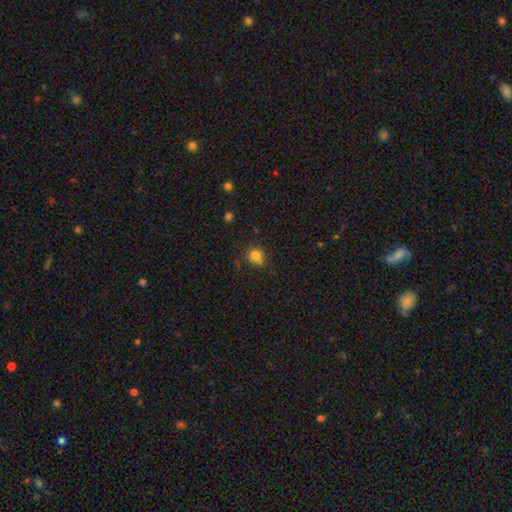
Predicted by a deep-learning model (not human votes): Smooth or featured: smooth — 80% (star or artifact — 13%)
How rounded: round — 84% (in between — 15%)
Merging: none — 68% (minor disturbance — 16%)